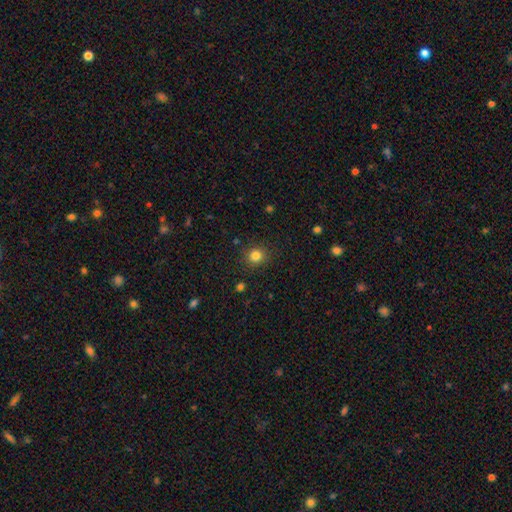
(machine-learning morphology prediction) Smooth or featured?
  - smooth: 82% *
  - star or artifact: 13%
  - featured or disk: 5%
How rounded?
  - round: 88% *
  - in between: 11%
  - cigar-shaped: 1%
Merging?
  - none: 88% *
  - minor disturbance: 8%
  - major disturbance: 3%
  - merger: 1%